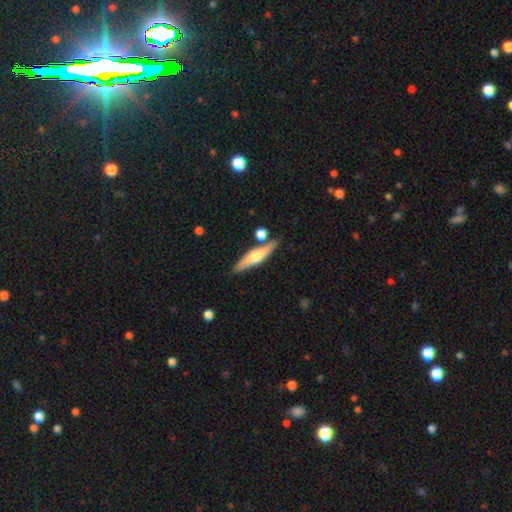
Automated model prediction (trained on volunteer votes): smooth_or_featured: featured or disk (p=0.56) [alt: smooth p=0.38]
disk_edge_on: yes (p=0.94) [alt: no p=0.06]
edge_on_bulge: rounded (p=0.90) [alt: boxy p=0.06]
merging: none (p=0.78) [alt: minor disturbance p=0.11]